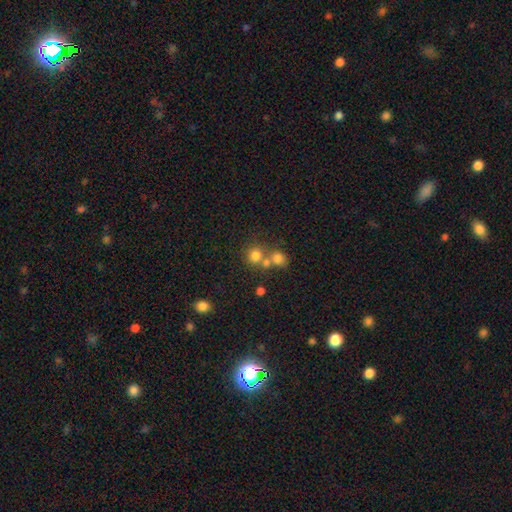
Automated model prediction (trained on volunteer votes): The model was most divided on "merging": none: 49%, merger: 39%, minor disturbance: 8%, major disturbance: 4%. More confident: how rounded — round (84%); smooth or featured — smooth (75%).